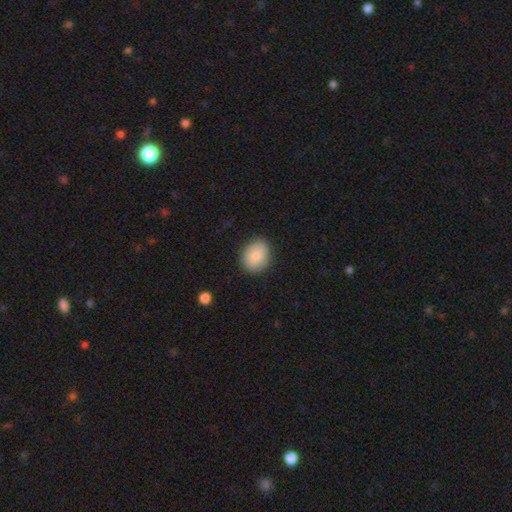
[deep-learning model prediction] A smooth galaxy with no disk features (86%) that is round (53%).

Vote fractions:
- Smooth or featured? smooth: 86% / featured or disk: 7% / star or artifact: 7%
- How rounded? round: 53% / in between: 46% / cigar-shaped: 1%
- Merging? none: 84% / minor disturbance: 12% / major disturbance: 3% / merger: 1%